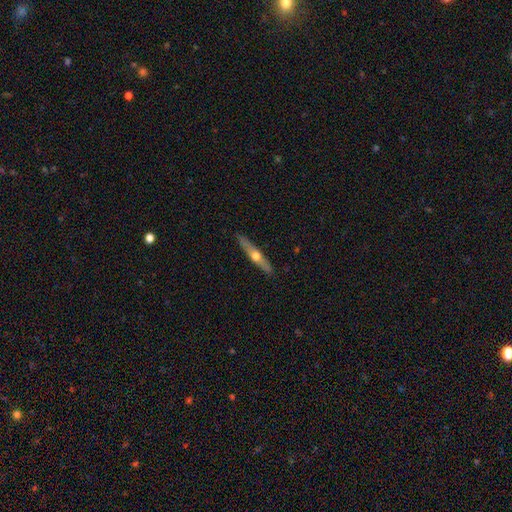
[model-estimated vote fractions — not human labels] Smooth or featured? Predicted: featured or disk (p=0.60). Edge-on disk? Predicted: yes (p=0.93). Edge-on bulge? Predicted: rounded (p=0.93). Merging? Predicted: none (p=0.89).